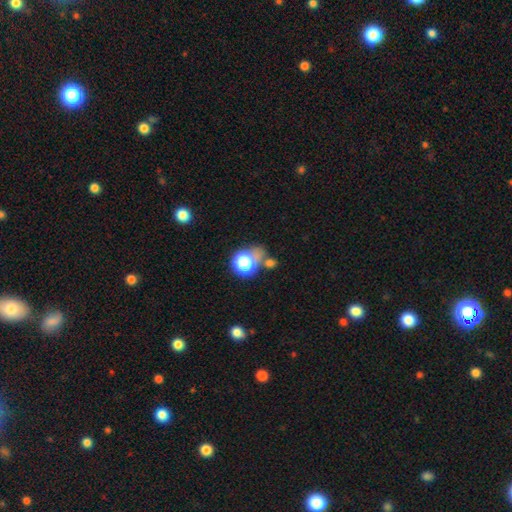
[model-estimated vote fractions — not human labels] Smooth or featured: star or artifact — 47% (smooth — 43%)